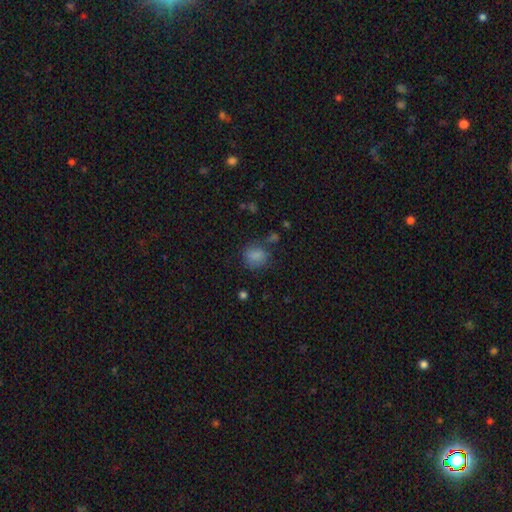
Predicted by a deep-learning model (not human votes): Smooth or featured?
  - smooth: 80% *
  - star or artifact: 12%
  - featured or disk: 8%
How rounded?
  - round: 62% *
  - in between: 37%
  - cigar-shaped: 1%
Merging?
  - none: 58% *
  - minor disturbance: 22%
  - major disturbance: 12%
  - merger: 7%